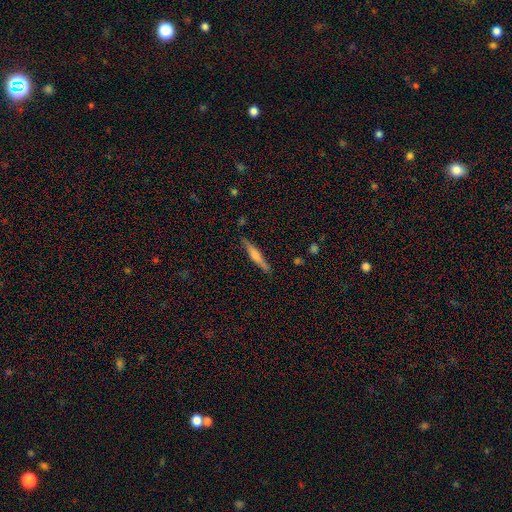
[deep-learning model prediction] A smooth galaxy with no disk features (48%). Merging: none (86%).